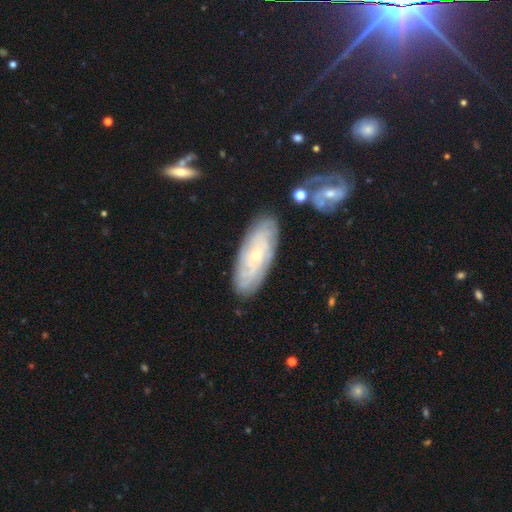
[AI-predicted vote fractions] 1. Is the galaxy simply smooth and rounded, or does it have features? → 75% featured or disk, 19% smooth, 7% star or artifact.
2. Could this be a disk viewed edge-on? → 87% no, 13% yes.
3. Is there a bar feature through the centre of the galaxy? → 77% no, 19% weak, 5% strong.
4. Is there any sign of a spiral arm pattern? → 89% yes, 11% no.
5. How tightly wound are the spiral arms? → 78% tight, 17% medium, 5% loose.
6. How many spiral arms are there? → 54% can't tell, 13% 4, 10% 2, 10% 3, 9% more than 4, 4% 1.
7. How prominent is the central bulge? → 74% small, 23% moderate, 1% none, 1% large, 1% dominant.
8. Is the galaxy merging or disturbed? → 82% none, 12% minor disturbance, 3% merger, 3% major disturbance.